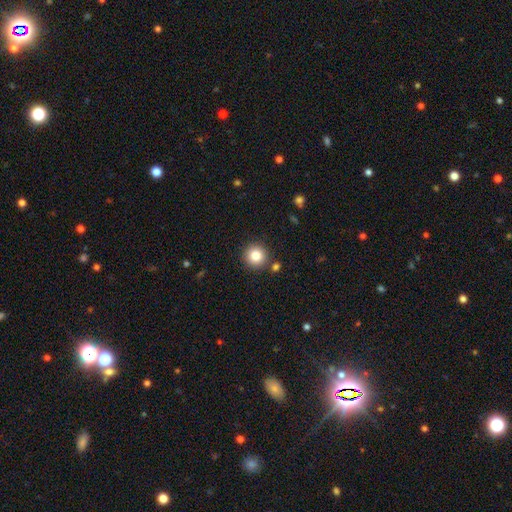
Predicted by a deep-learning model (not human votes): Smooth or featured?
  - smooth: 83% *
  - star or artifact: 11%
  - featured or disk: 6%
How rounded?
  - round: 95% *
  - in between: 4%
  - cigar-shaped: 1%
Merging?
  - none: 87% *
  - minor disturbance: 6%
  - merger: 5%
  - major disturbance: 2%